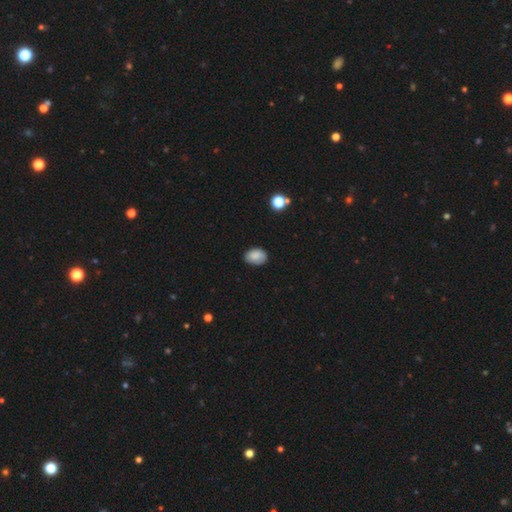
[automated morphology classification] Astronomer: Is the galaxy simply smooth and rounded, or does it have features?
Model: smooth — 86%.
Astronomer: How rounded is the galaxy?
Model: in between — 79%.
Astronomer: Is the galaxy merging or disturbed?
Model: none — 80%.